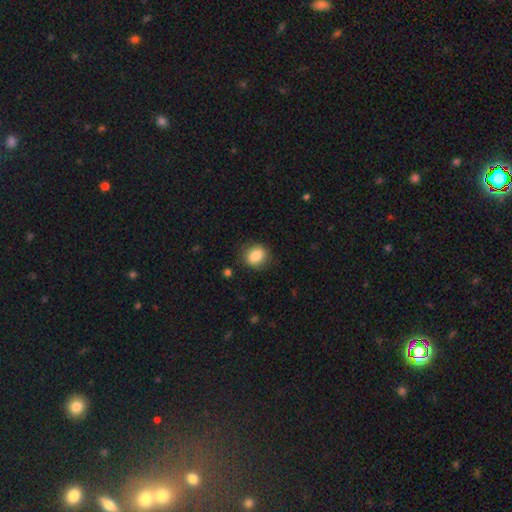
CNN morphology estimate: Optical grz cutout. It shows a smooth galaxy with no disk features (83%) that is round (59%). Merging: none (84%).